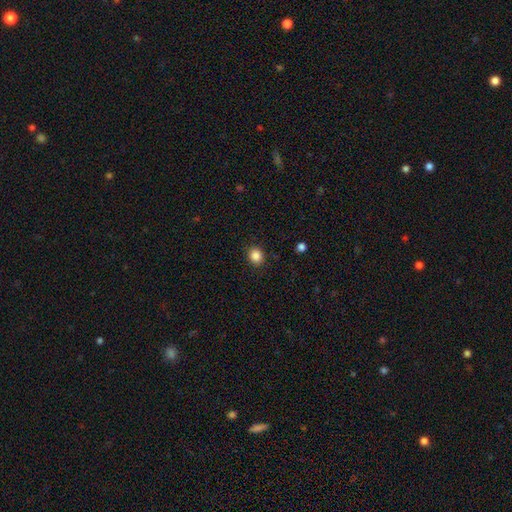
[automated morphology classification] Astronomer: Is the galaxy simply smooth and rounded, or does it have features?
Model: smooth — 85%.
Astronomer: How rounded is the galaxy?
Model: round — 73%.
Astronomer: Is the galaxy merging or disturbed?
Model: none — 90%.